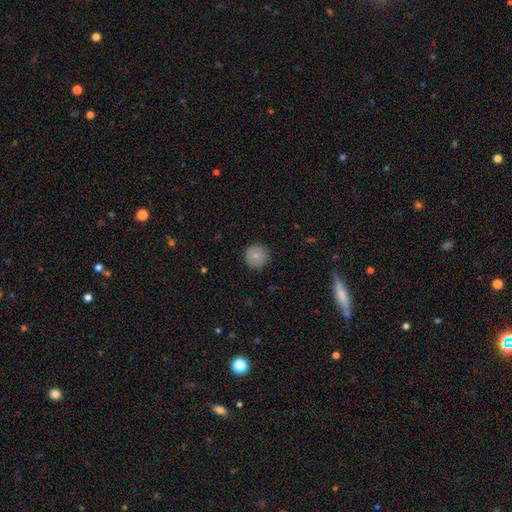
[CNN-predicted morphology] type=smooth (79%); roundness=round (95%); merging=none (88%).